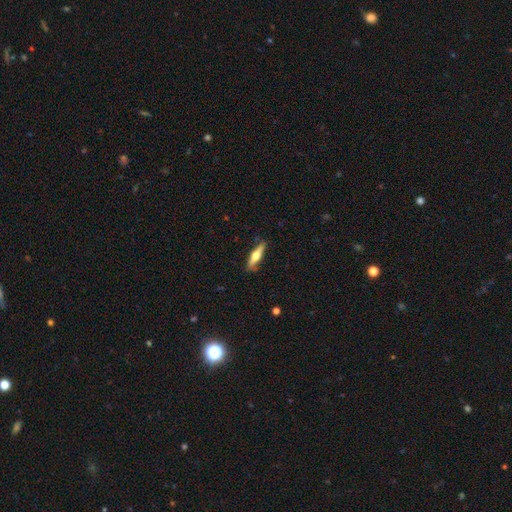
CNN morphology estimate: smooth_or_featured: featured or disk (p=0.52) [alt: smooth p=0.43]
disk_edge_on: yes (p=0.92) [alt: no p=0.08]
merging: none (p=0.83) [alt: minor disturbance p=0.13]